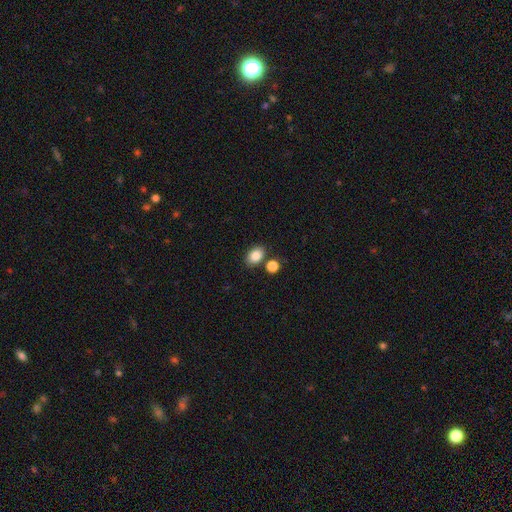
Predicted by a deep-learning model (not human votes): smooth 85%, star or artifact 9%, featured or disk 6%. Down the decision tree: how rounded — in between (74%); merging — none (76%).